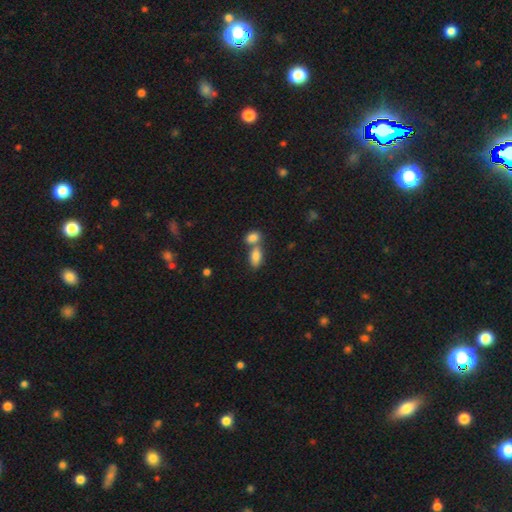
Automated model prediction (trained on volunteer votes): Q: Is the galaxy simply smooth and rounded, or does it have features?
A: smooth — 85%.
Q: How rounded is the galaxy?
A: in between — 89%.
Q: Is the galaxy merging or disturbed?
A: merger — 51%.